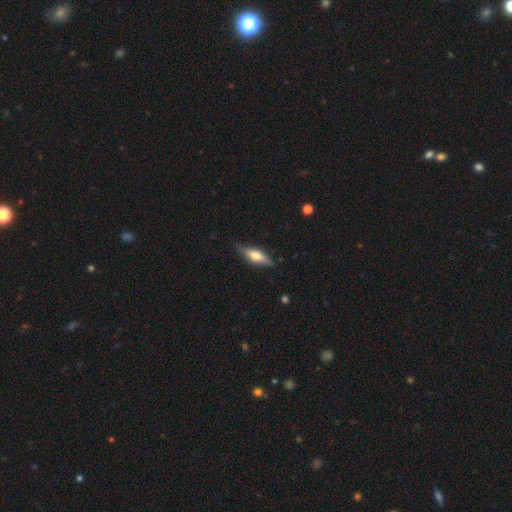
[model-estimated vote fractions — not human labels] A featured or disk galaxy (47%, tied with smooth). Merging: none (79%).